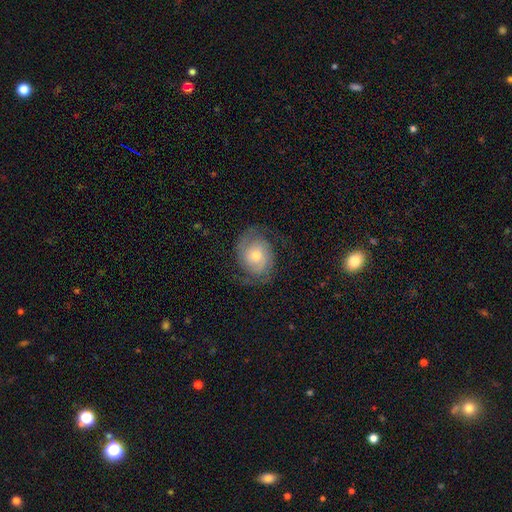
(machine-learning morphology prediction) Q: Smooth or featured?
A: featured or disk (80%); runner-up: smooth (13%)
Q: Edge-on disk?
A: no (98%); runner-up: yes (2%)
Q: Bar?
A: no (70%); runner-up: weak (25%)
Q: Spiral arms?
A: yes (95%); runner-up: no (5%)
Q: Spiral winding?
A: medium (45%); runner-up: tight (37%)
Q: Spiral arm count?
A: 2 (89%); runner-up: can't tell (5%)
Q: Bulge size?
A: moderate (58%); runner-up: small (30%)
Q: Merging?
A: none (75%); runner-up: minor disturbance (15%)